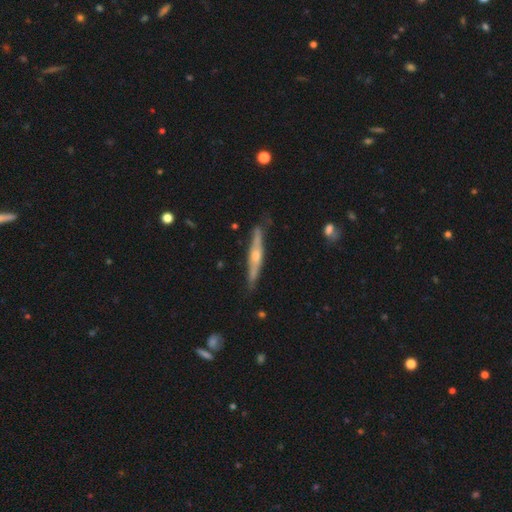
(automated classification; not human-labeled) The model was most divided on "smooth or featured": featured or disk: 72%, smooth: 22%, star or artifact: 6%. More confident: edge-on disk — yes (93%); edge-on bulge — rounded (85%); merging — none (82%).